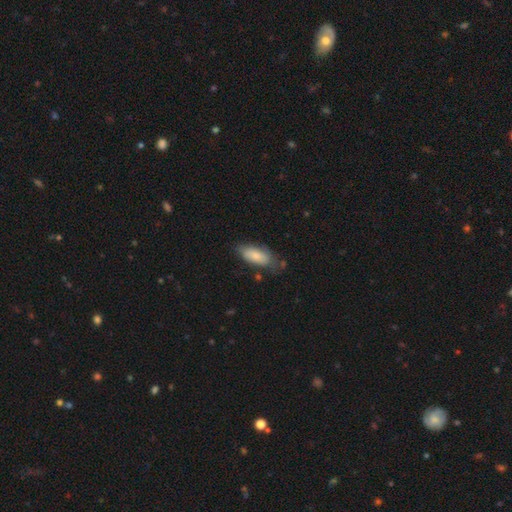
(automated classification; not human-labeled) Morphology: type=smooth (79%); roundness=in between (82%); merging=none (61%).